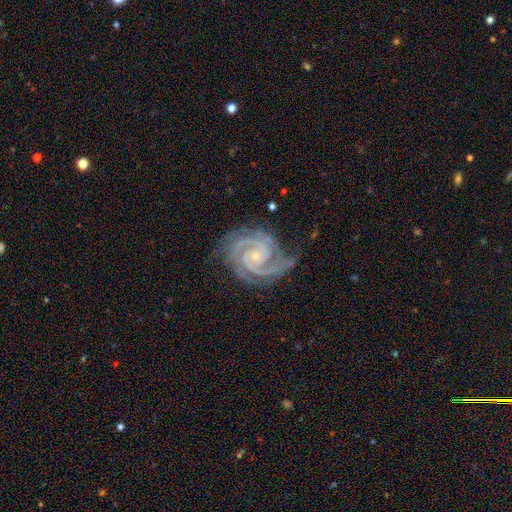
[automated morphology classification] Smooth or featured?
  - featured or disk: 93% *
  - star or artifact: 5%
  - smooth: 2%
Edge-on disk?
  - no: 98% *
  - yes: 2%
Bar?
  - no: 67% *
  - weak: 22%
  - strong: 10%
Spiral arms?
  - yes: 99% *
  - no: 1%
Spiral winding?
  - tight: 77% *
  - medium: 21%
  - loose: 2%
Spiral arm count?
  - 2: 57% *
  - 3: 25%
  - 4: 6%
  - can't tell: 5%
  - more than 4: 4%
  - 1: 4%
Bulge size?
  - small: 80% *
  - moderate: 16%
  - none: 2%
  - large: 1%
  - dominant: 1%
Merging?
  - none: 72% *
  - minor disturbance: 20%
  - major disturbance: 6%
  - merger: 2%